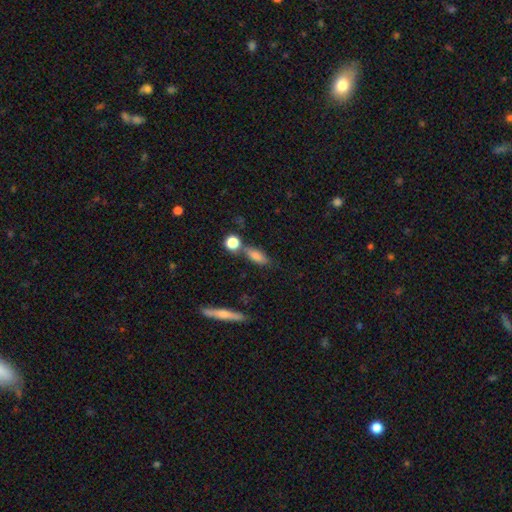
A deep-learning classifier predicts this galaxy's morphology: The model was most divided on "how rounded": in between: 60%, cigar-shaped: 29%, round: 11%. More confident: smooth or featured — smooth (73%); merging — none (61%).